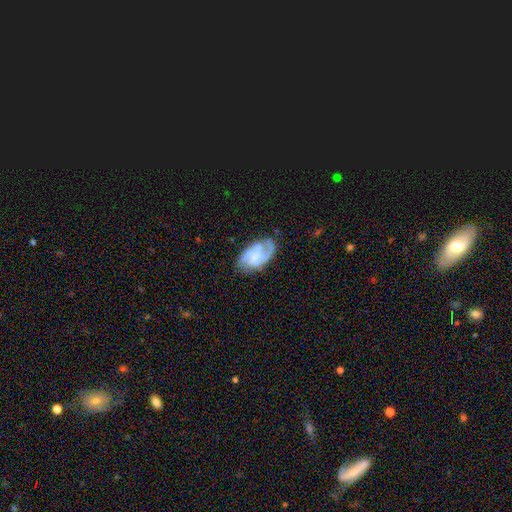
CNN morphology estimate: This is likely a featured or disk galaxy (74%). It is clearly not viewed edge-on (97%). Bar: possibly no (48%). Spiral arm pattern: clearly yes (91%). Spiral arm count: possibly 2 (46%). Spiral winding: possibly medium (45%). Central bulge: marginally none (44%). Merging: likely none (67%).